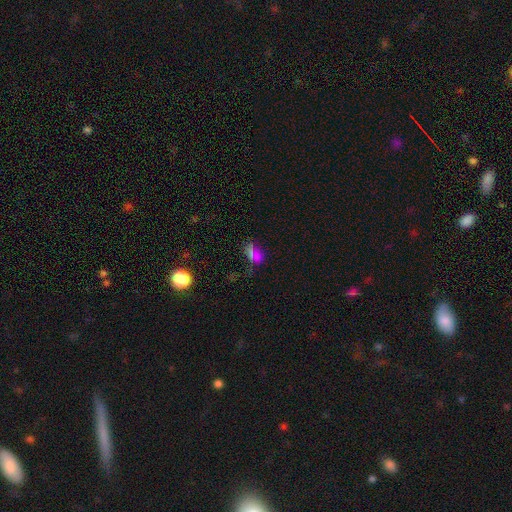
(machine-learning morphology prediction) A smooth galaxy with no disk features (49%).

Vote fractions:
- Smooth or featured? smooth: 49% / star or artifact: 40% / featured or disk: 11%
- Merging? none: 58% / minor disturbance: 18% / merger: 13% / major disturbance: 11%